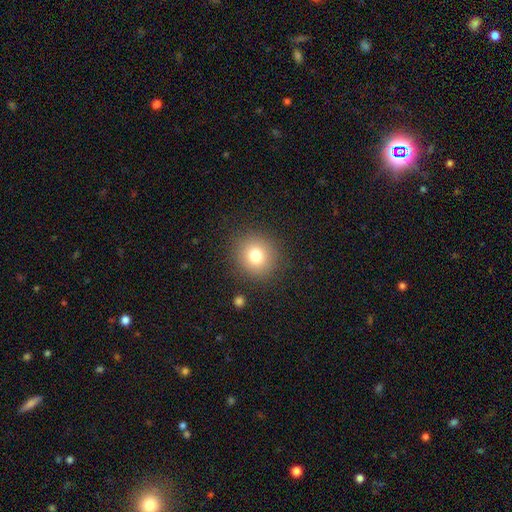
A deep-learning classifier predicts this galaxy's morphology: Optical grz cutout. It shows a smooth galaxy with no disk features (77%) that is round (88%). Merging: none (87%).